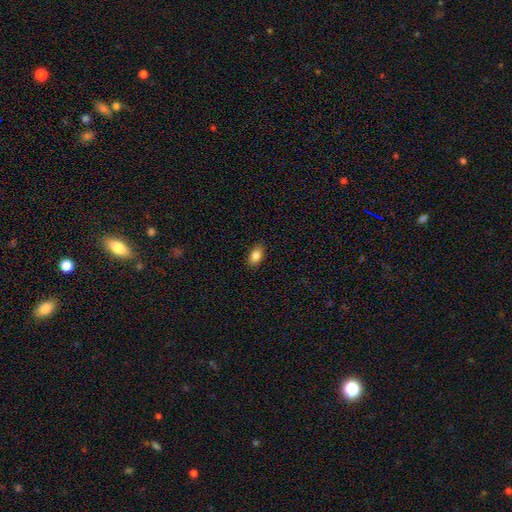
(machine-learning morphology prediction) Smooth or featured?
  - smooth: 85% *
  - star or artifact: 8%
  - featured or disk: 7%
How rounded?
  - in between: 90% *
  - round: 7%
  - cigar-shaped: 3%
Merging?
  - none: 87% *
  - minor disturbance: 10%
  - major disturbance: 2%
  - merger: 1%